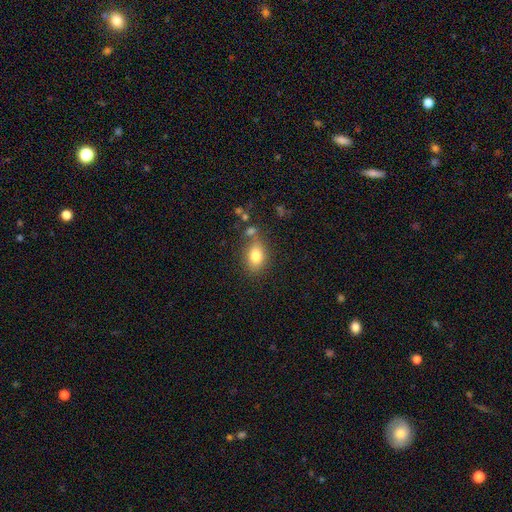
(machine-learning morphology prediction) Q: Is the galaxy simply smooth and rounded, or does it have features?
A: smooth — 79%.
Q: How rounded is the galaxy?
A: in between — 75%.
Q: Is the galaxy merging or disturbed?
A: none — 66%.